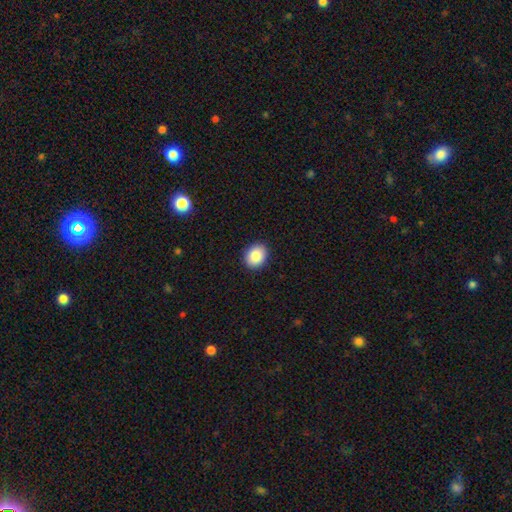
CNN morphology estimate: Smooth or featured?
  - smooth: 85% *
  - star or artifact: 8%
  - featured or disk: 6%
How rounded?
  - round: 53% *
  - in between: 47%
  - cigar-shaped: 1%
Merging?
  - none: 91% *
  - minor disturbance: 7%
  - major disturbance: 2%
  - merger: 1%